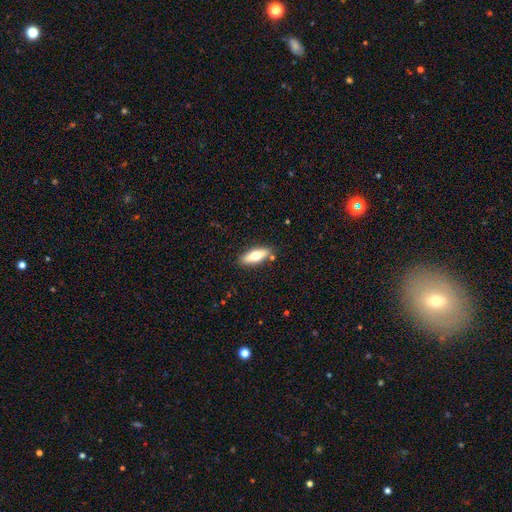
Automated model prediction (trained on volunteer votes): This appears to be a smooth galaxy with no disk features (61%) that is in between round and cigar-shaped (58%). Merging: none (86%).